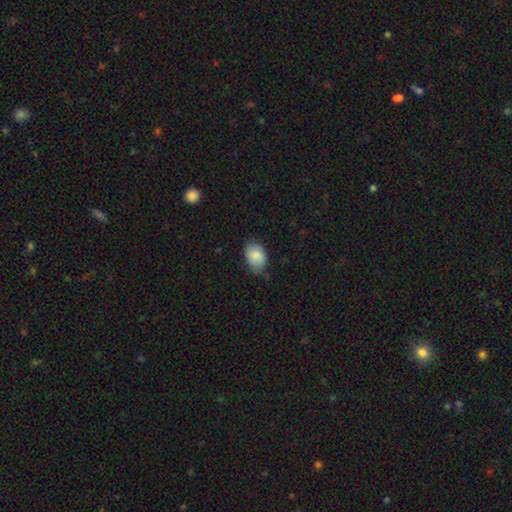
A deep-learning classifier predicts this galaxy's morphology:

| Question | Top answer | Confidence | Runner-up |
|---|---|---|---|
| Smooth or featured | smooth | 85% | featured or disk (8%) |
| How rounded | in between | 81% | round (17%) |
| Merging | none | 64% | minor disturbance (29%) |